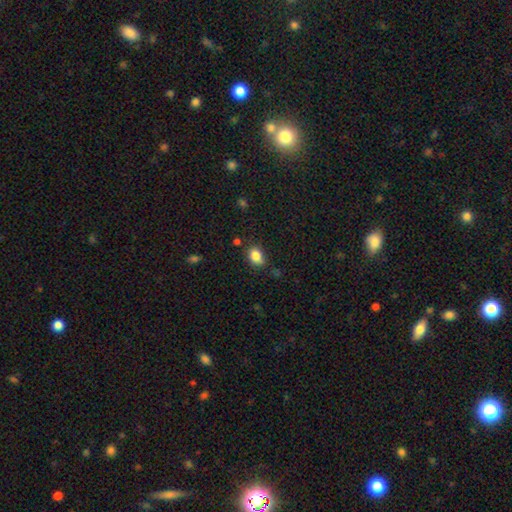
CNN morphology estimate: Q: Smooth or featured?
A: smooth (84%); runner-up: star or artifact (10%)
Q: How rounded?
A: in between (66%); runner-up: round (32%)
Q: Merging?
A: none (71%); runner-up: minor disturbance (21%)